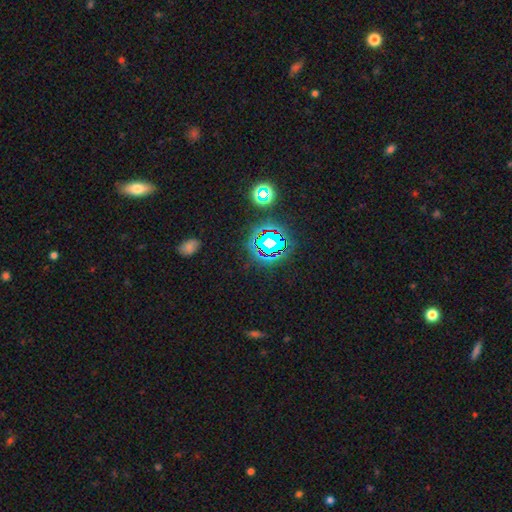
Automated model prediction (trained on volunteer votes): smooth-or-featured: star or artifact: 75% | smooth: 16% | featured or disk: 9%